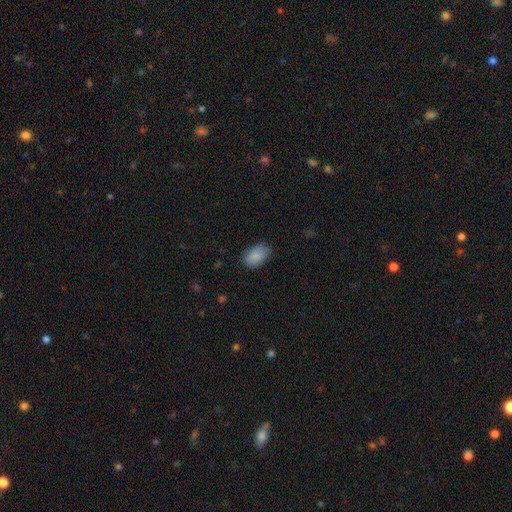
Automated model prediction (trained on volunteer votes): Smooth or featured? smooth (88%)
How rounded? in between (91%)
Merging? none (77%)